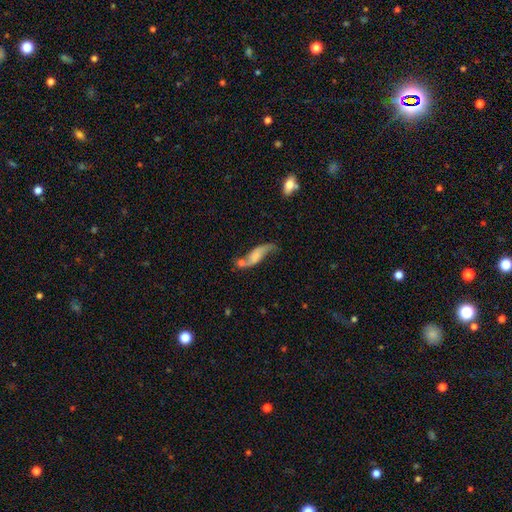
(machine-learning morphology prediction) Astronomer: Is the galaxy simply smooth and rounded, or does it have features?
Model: featured or disk — 61%.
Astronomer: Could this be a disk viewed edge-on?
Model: no — 84%.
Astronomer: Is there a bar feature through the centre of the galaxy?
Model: no — 61%.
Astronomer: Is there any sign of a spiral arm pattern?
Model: yes — 84%.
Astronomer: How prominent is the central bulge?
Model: small — 36% (runner-up: none, 32%).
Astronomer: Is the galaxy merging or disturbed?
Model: none — 42% (runner-up: merger, 25%).